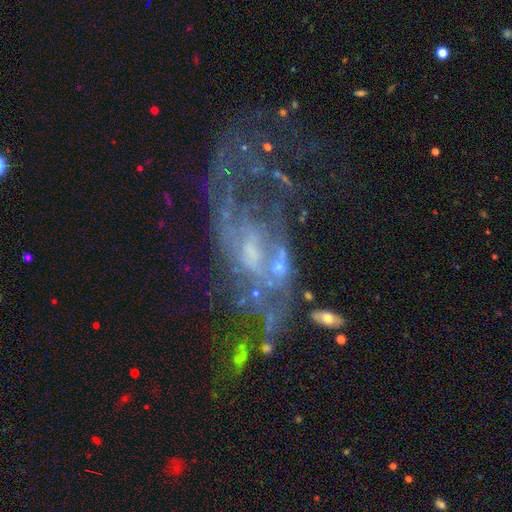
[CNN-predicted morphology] This appears to be a featured or disk galaxy (81%) with a weak bar (44%), 2 (52%) loose (50%) spiral arms (78%) and a small central bulge (51%). Merging: none (38%).